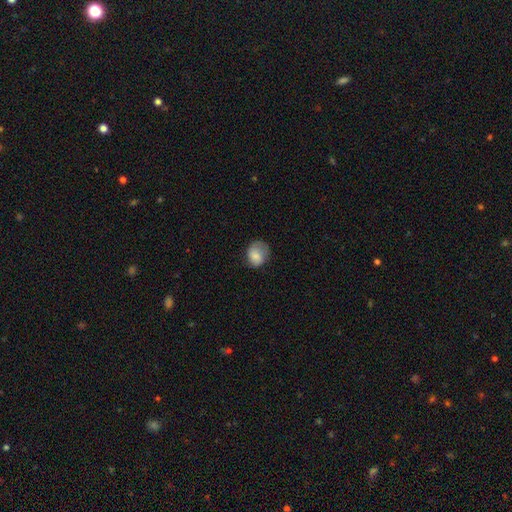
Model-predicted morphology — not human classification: Smooth or featured: smooth — 76% (featured or disk — 17%)
How rounded: round — 61% (in between — 39%)
Merging: none — 55% (minor disturbance — 30%)